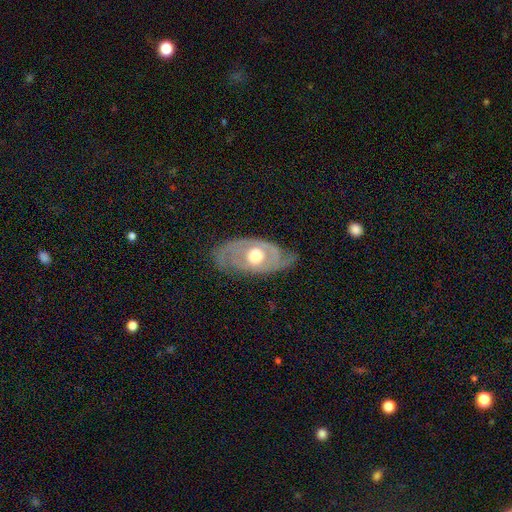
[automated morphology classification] Smooth or featured?
  - featured or disk: 76% *
  - smooth: 19%
  - star or artifact: 5%
Edge-on disk?
  - no: 90% *
  - yes: 10%
Bar?
  - no: 84% *
  - weak: 13%
  - strong: 3%
Spiral arms?
  - yes: 68% *
  - no: 32%
Bulge size?
  - moderate: 69% *
  - large: 23%
  - small: 6%
  - dominant: 1%
  - none: 1%
Merging?
  - none: 68% *
  - minor disturbance: 22%
  - major disturbance: 9%
  - merger: 1%